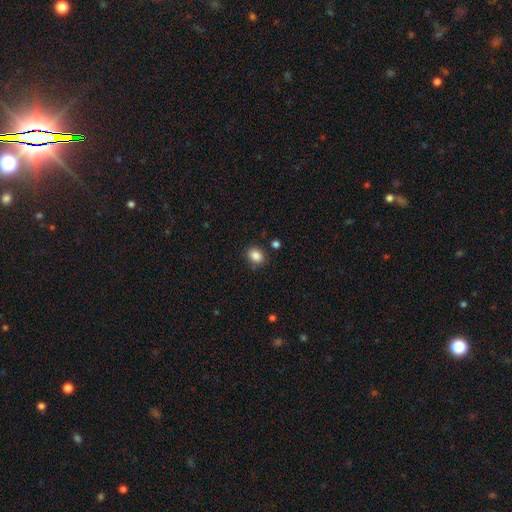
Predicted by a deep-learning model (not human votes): Smooth or featured? Predicted: smooth (p=0.86). How rounded? Predicted: round (p=0.55). Merging? Predicted: none (p=0.83).